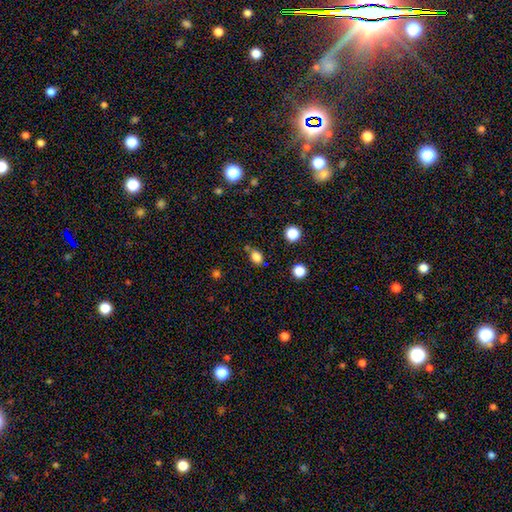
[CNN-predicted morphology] This is clearly a smooth galaxy (82%). How rounded: possibly in between (53%). Merging: likely none (66%).